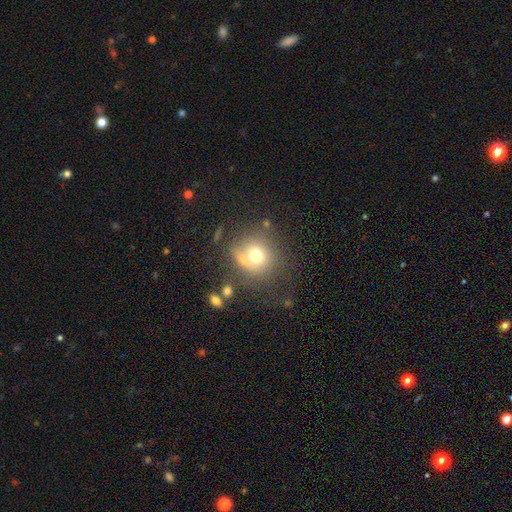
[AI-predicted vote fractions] smooth-or-featured: smooth: 68% | featured or disk: 19% | star or artifact: 13%
  how-rounded: round: 85% | in between: 14% | cigar-shaped: 1%
  merging: none: 57% | minor disturbance: 18% | major disturbance: 12% | merger: 12%